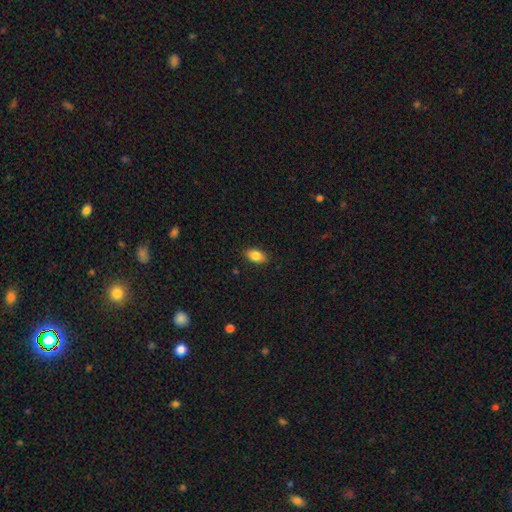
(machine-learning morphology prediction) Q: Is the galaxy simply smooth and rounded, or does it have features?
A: smooth — 85%.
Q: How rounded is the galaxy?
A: in between — 90%.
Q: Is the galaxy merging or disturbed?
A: none — 88%.